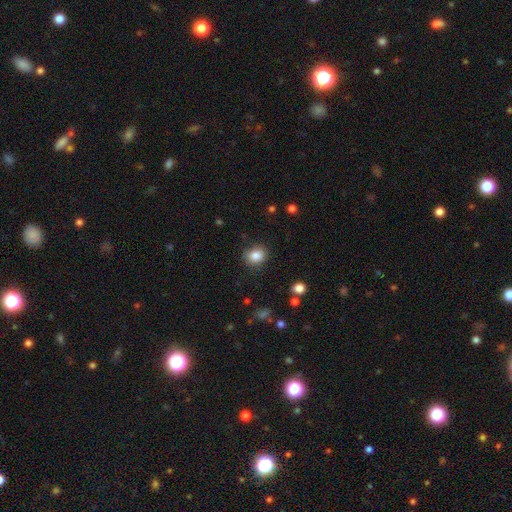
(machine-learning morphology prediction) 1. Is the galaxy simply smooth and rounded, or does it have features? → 85% smooth, 10% star or artifact, 6% featured or disk.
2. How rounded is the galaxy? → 68% round, 31% in between, 1% cigar-shaped.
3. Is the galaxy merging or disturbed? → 83% none, 12% minor disturbance, 3% major disturbance, 1% merger.